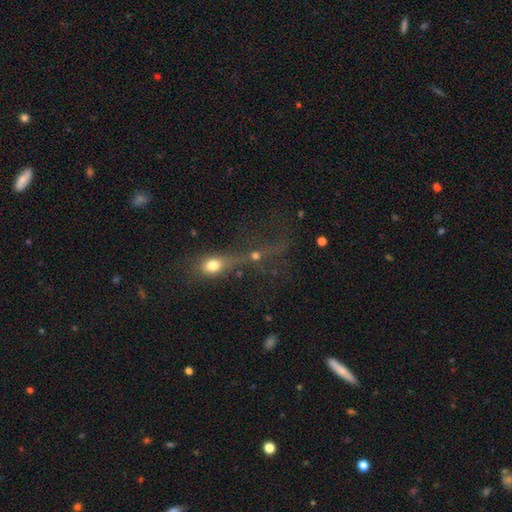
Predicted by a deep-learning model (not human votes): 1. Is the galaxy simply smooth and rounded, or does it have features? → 40% smooth, 34% star or artifact, 26% featured or disk.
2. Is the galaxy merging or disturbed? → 34% none, 29% merger, 25% major disturbance, 12% minor disturbance.